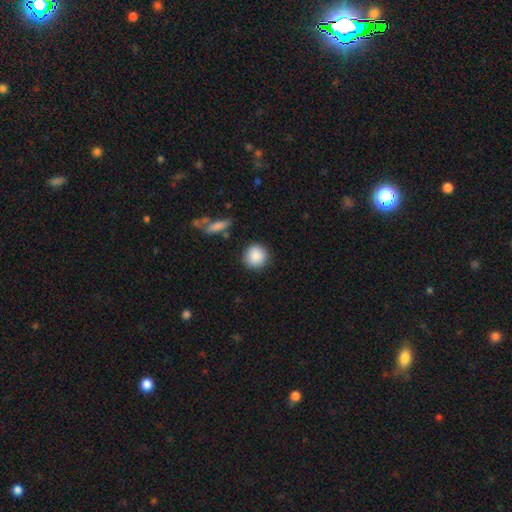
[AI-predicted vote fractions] Smooth or featured?
  - smooth: 88% *
  - star or artifact: 7%
  - featured or disk: 4%
How rounded?
  - round: 92% *
  - in between: 7%
  - cigar-shaped: 1%
Merging?
  - none: 88% *
  - minor disturbance: 8%
  - major disturbance: 2%
  - merger: 2%